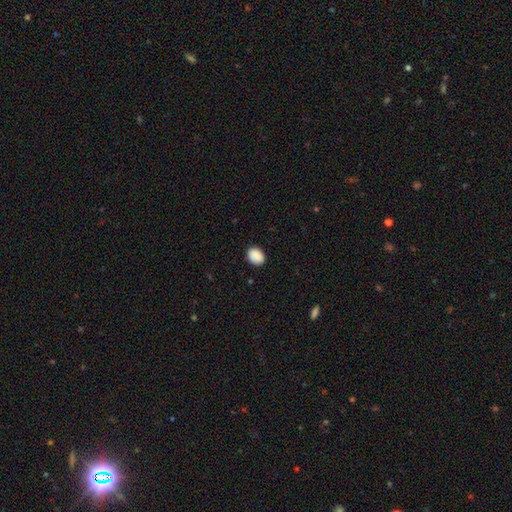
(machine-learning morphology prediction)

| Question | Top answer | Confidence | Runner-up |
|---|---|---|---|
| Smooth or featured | smooth | 90% | star or artifact (7%) |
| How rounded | in between | 62% | round (37%) |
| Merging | none | 88% | minor disturbance (9%) |